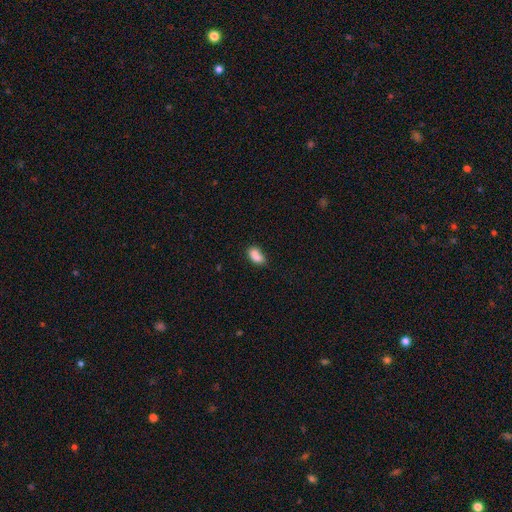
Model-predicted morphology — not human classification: This is likely a smooth galaxy (80%). How rounded: clearly in between (86%). Merging: marginally none (41%).